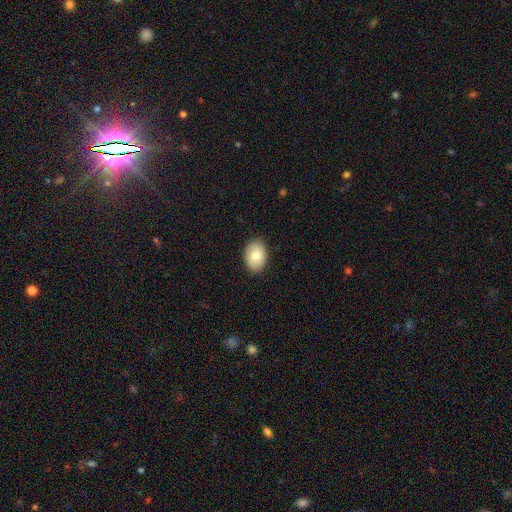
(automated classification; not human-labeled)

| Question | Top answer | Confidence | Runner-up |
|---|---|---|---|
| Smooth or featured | smooth | 78% | featured or disk (15%) |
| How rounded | in between | 79% | round (20%) |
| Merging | none | 89% | minor disturbance (8%) |